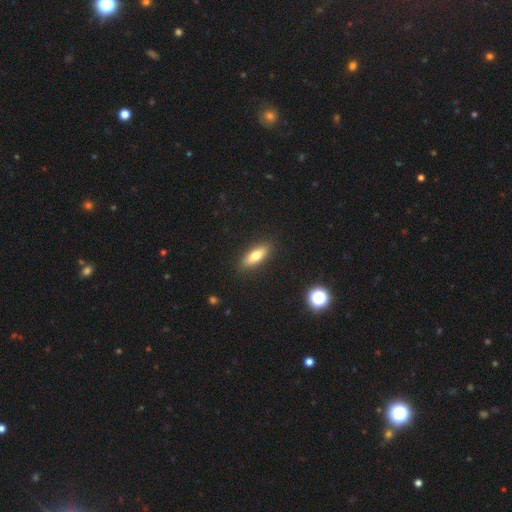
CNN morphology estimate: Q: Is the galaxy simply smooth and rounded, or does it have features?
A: smooth — 70%.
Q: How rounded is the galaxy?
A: in between — 62%.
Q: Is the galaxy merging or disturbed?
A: none — 89%.